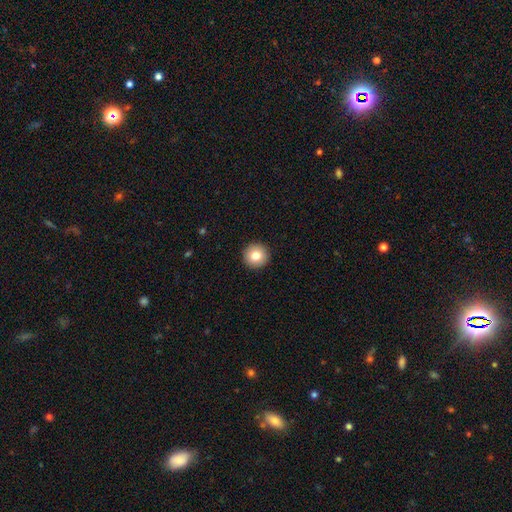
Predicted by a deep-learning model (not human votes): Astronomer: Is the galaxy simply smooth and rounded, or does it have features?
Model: smooth — 80%.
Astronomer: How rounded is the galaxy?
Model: round — 96%.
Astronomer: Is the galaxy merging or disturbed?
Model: none — 93%.